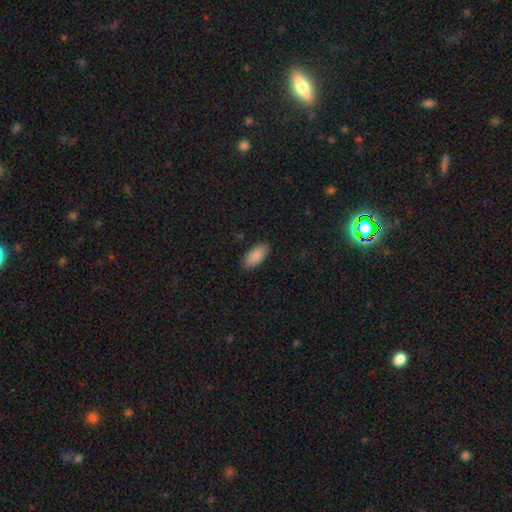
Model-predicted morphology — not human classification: smooth 90%, star or artifact 6%, featured or disk 4%. Down the decision tree: how rounded — in between (90%); merging — none (87%).